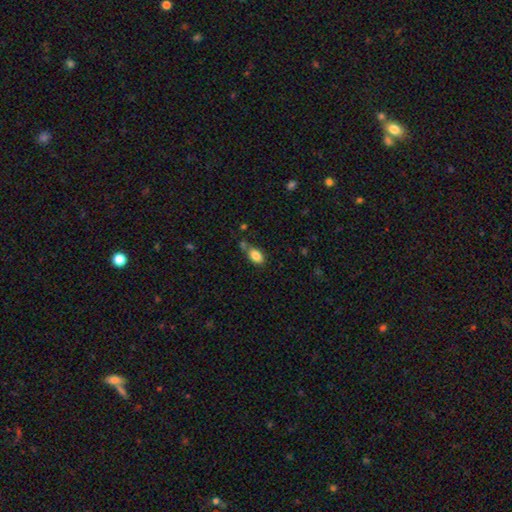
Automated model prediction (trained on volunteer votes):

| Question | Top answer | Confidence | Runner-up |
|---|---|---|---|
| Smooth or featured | smooth | 84% | star or artifact (8%) |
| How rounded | in between | 88% | round (10%) |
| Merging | none | 60% | minor disturbance (19%) |